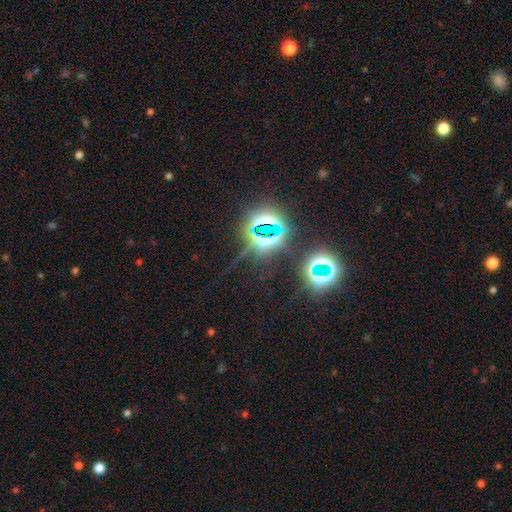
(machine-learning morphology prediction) Smooth or featured? star or artifact (80%)